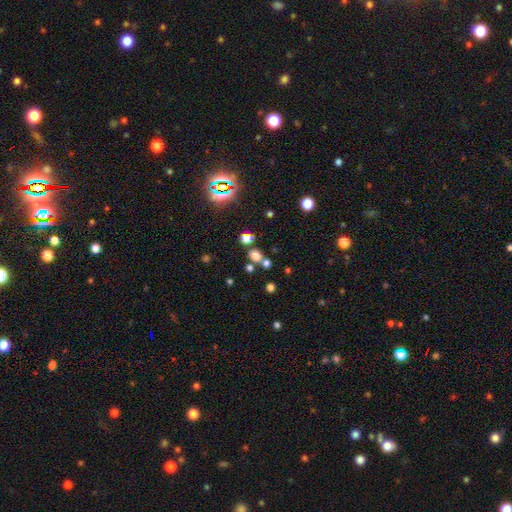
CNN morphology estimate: Q: Smooth or featured?
A: smooth (63%); runner-up: star or artifact (29%)
Q: How rounded?
A: round (61%); runner-up: in between (38%)
Q: Merging?
A: none (66%); runner-up: merger (20%)